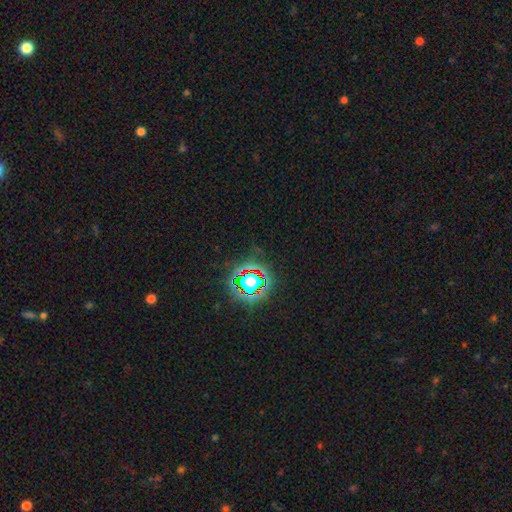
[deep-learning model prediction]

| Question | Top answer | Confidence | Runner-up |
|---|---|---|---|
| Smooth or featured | star or artifact | 79% | smooth (12%) |